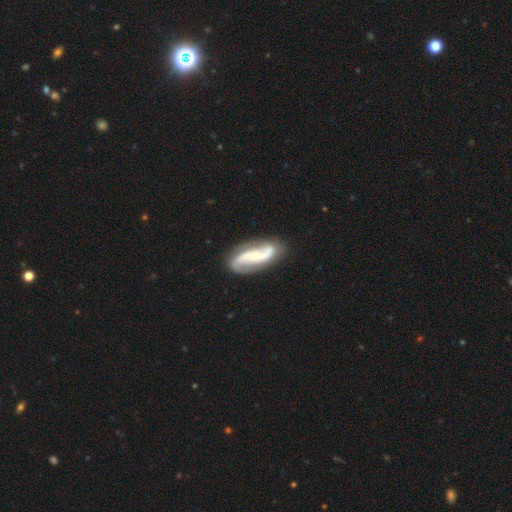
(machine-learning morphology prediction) Overall: featured or disk (84%). Edge-on disk: no (94%). Bar: no (36%; strong 32%). Spiral arms: yes (96%). Spiral arm count: 2 (91%). Spiral winding: medium (41%, tied with loose). Bulge size: small (57%; moderate 30%). Merging: none (78%).